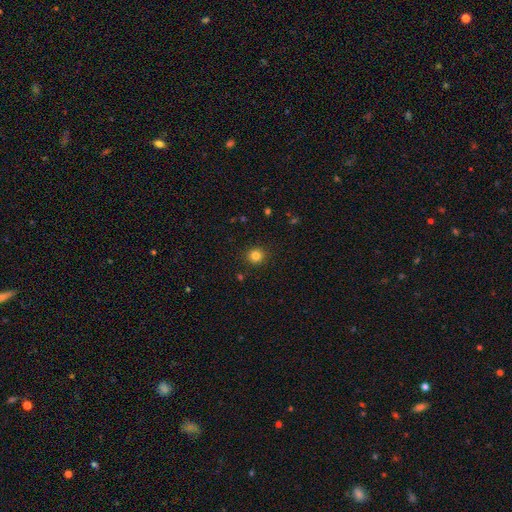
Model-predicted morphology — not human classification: Smooth or featured? Predicted: smooth (p=0.82). How rounded? Predicted: round (p=0.93). Merging? Predicted: none (p=0.91).